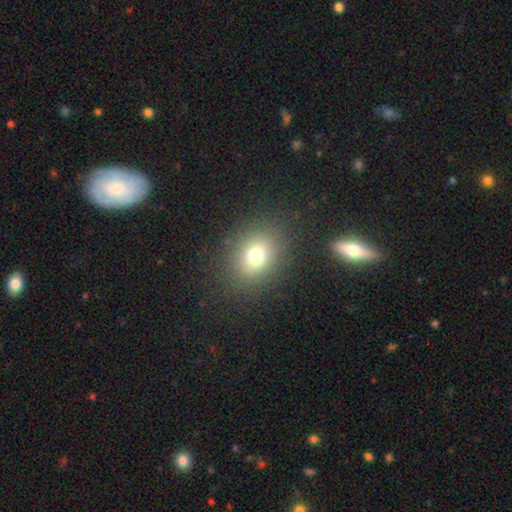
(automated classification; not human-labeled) Morphology: type=smooth (74%); roundness=round (52%); merging=none (85%).